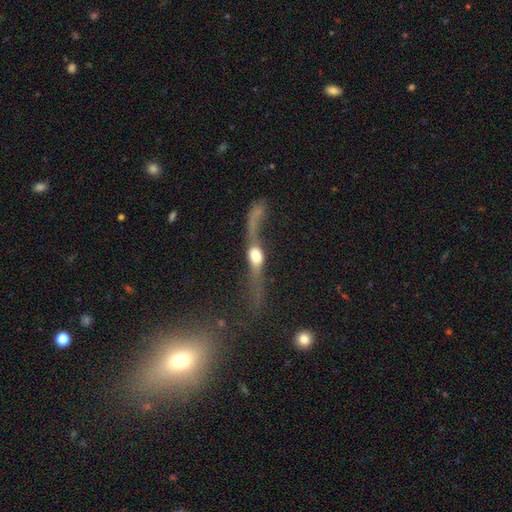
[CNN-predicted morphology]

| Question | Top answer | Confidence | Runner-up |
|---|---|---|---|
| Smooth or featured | featured or disk | 62% | smooth (28%) |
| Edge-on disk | yes | 61% | no (39%) |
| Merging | major disturbance | 42% | none (30%) |